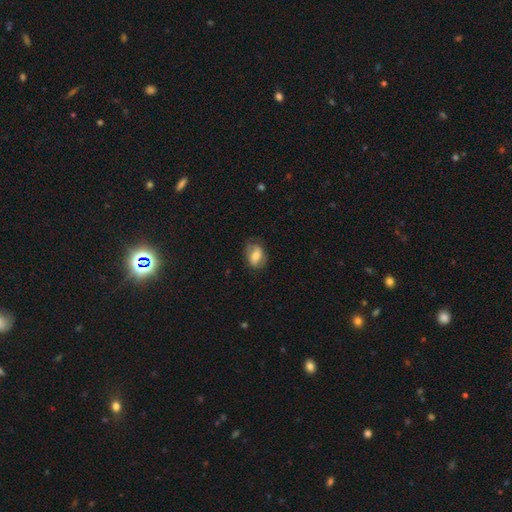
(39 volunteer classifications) This appears to be a smooth galaxy with no disk features (56%) that is in between round and cigar-shaped (68%). Merging: none (54%).